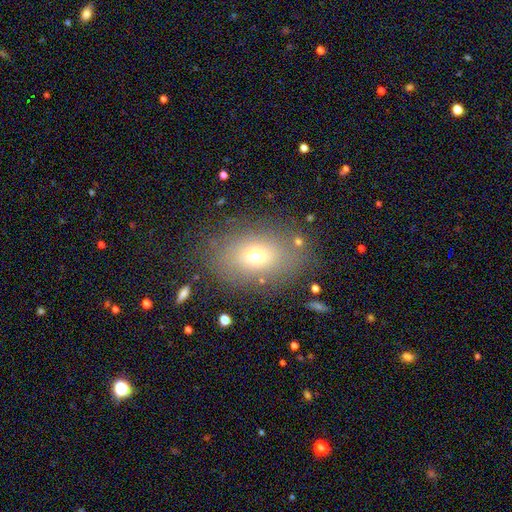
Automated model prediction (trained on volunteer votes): smooth 67%, featured or disk 17%, star or artifact 16%. Down the decision tree: how rounded — in between (69%); merging — none (77%).